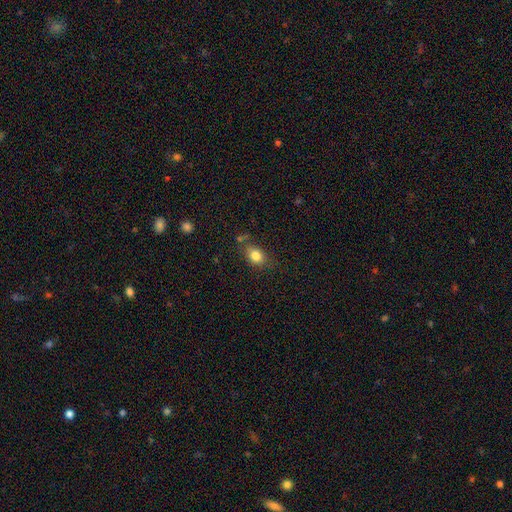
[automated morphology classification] Overall: smooth (82%). How rounded: in between (66%; round 33%). Merging: none (67%).